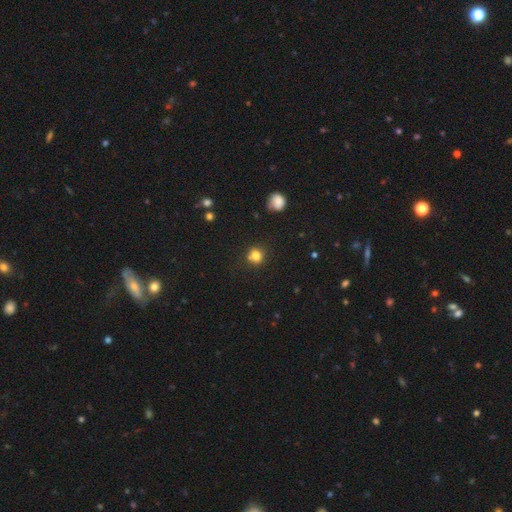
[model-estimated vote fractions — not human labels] This appears to be a smooth galaxy with no disk features (78%) that is round (81%). Merging: none (65%).